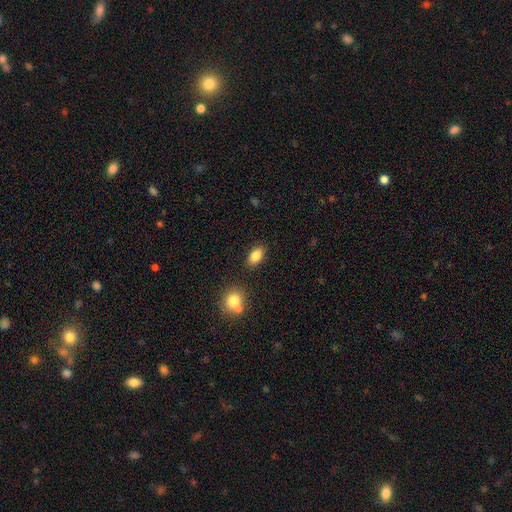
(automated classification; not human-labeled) Smooth or featured? smooth (84%)
How rounded? in between (88%)
Merging? none (85%)